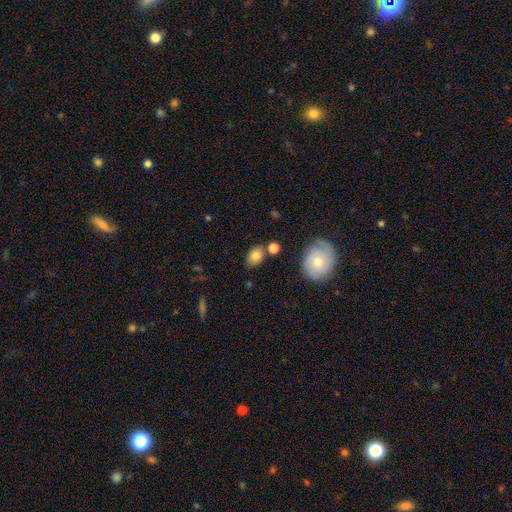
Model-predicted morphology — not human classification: smooth 81%, featured or disk 9%, star or artifact 9%. Down the decision tree: how rounded — in between (80%); merging — none (72%).